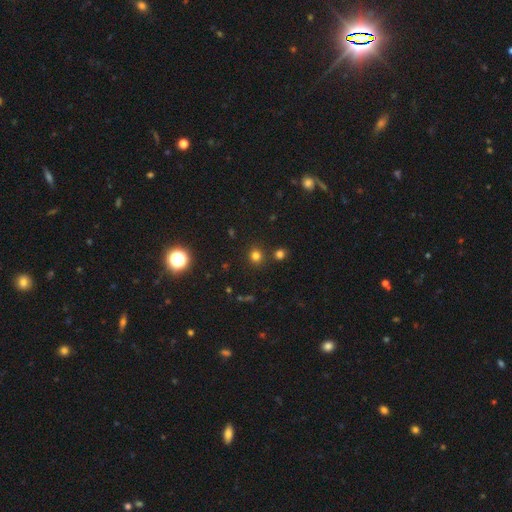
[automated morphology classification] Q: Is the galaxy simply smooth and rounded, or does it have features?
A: smooth — 75%.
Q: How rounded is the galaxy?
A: round — 88%.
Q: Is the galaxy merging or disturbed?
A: none — 84%.